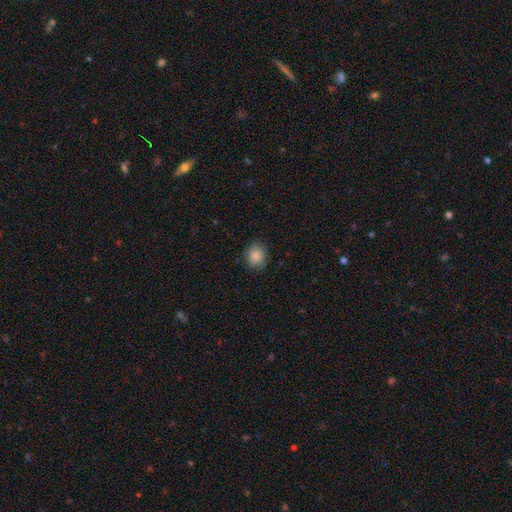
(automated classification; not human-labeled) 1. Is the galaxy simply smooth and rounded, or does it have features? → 86% smooth, 8% star or artifact, 5% featured or disk.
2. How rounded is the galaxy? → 58% round, 41% in between, 1% cigar-shaped.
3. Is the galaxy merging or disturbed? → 81% none, 15% minor disturbance, 3% major disturbance, 1% merger.